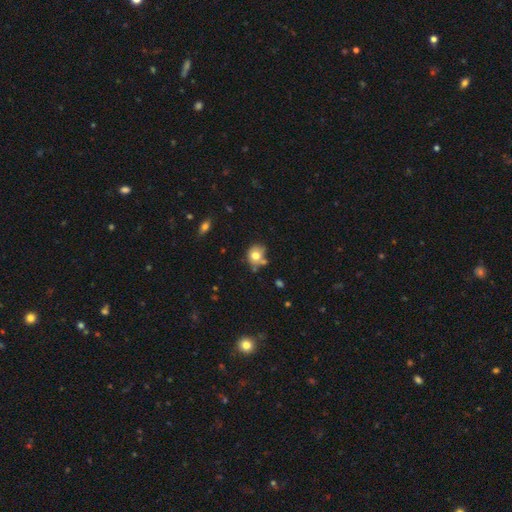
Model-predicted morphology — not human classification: This appears to be a smooth galaxy with no disk features (74%) that is round (69%). Merging: none (57%).